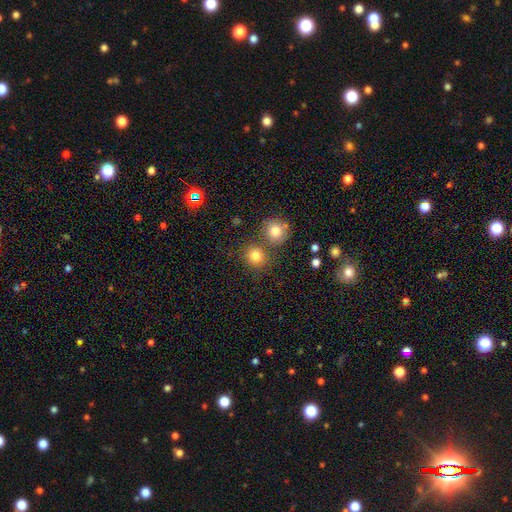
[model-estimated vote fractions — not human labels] A smooth galaxy with no disk features (80%) that is round (86%).

Vote fractions:
- Smooth or featured? smooth: 80% / star or artifact: 13% / featured or disk: 7%
- How rounded? round: 86% / in between: 13% / cigar-shaped: 1%
- Merging? none: 68% / merger: 20% / minor disturbance: 9% / major disturbance: 3%